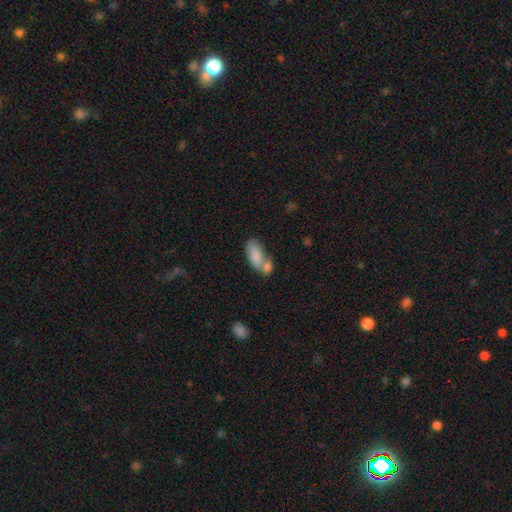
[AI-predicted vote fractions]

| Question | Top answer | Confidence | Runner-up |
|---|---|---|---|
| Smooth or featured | smooth | 82% | featured or disk (11%) |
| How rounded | in between | 89% | cigar-shaped (8%) |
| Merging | merger | 52% | none (31%) |